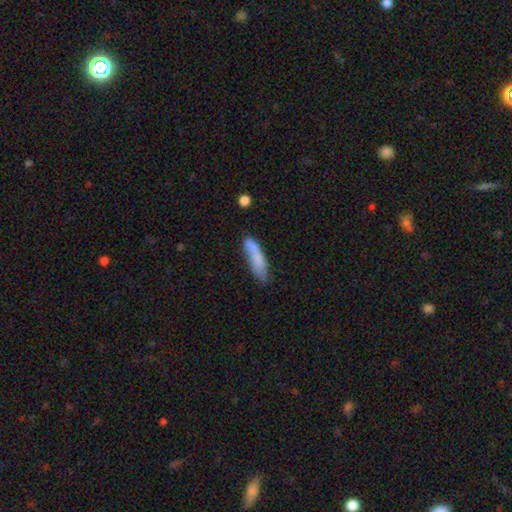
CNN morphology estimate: Smooth or featured: smooth — 74% (featured or disk — 19%)
How rounded: cigar-shaped — 72% (in between — 26%)
Merging: none — 60% (minor disturbance — 25%)